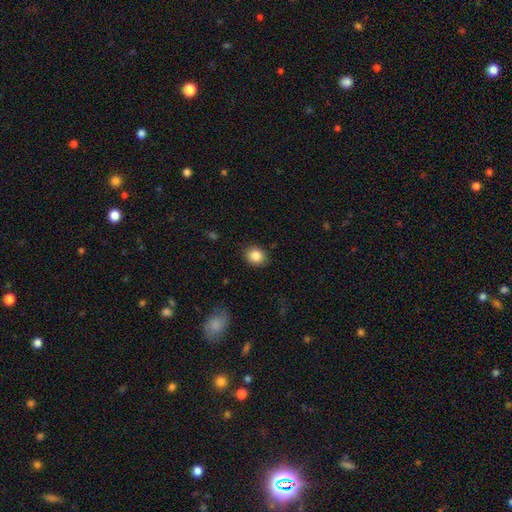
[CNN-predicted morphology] A smooth galaxy with no disk features (85%) that is round (66%).

Vote fractions:
- Smooth or featured? smooth: 85% / star or artifact: 9% / featured or disk: 6%
- How rounded? round: 66% / in between: 33% / cigar-shaped: 1%
- Merging? none: 87% / minor disturbance: 10% / major disturbance: 2% / merger: 1%